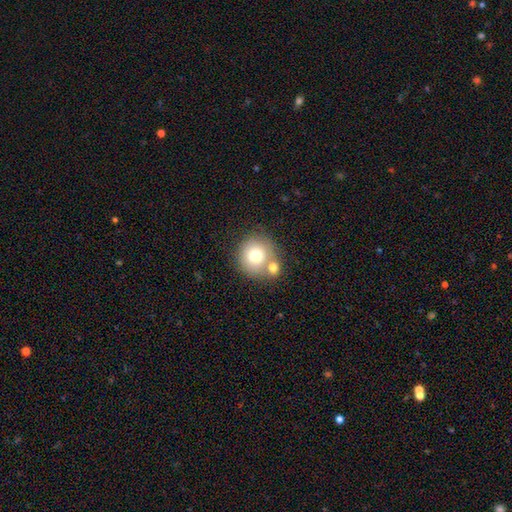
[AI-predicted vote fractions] A smooth galaxy with no disk features (74%) that is round (88%).

Vote fractions:
- Smooth or featured? smooth: 74% / featured or disk: 16% / star or artifact: 10%
- How rounded? round: 88% / in between: 11% / cigar-shaped: 1%
- Merging? none: 54% / merger: 32% / minor disturbance: 10% / major disturbance: 4%